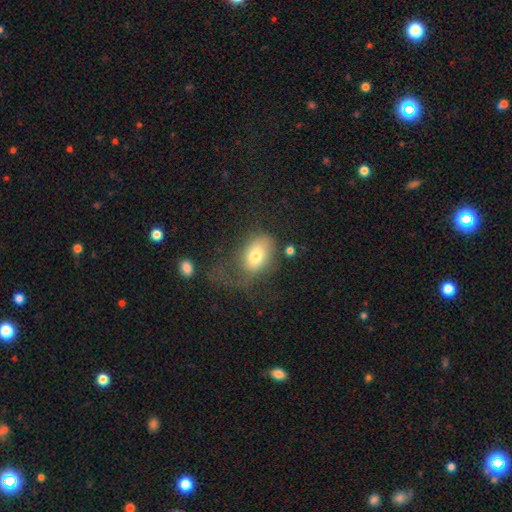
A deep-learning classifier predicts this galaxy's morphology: Smooth or featured?
  - smooth: 71% *
  - featured or disk: 20%
  - star or artifact: 9%
How rounded?
  - in between: 80% *
  - round: 18%
  - cigar-shaped: 2%
Merging?
  - major disturbance: 43% *
  - none: 32%
  - minor disturbance: 21%
  - merger: 4%